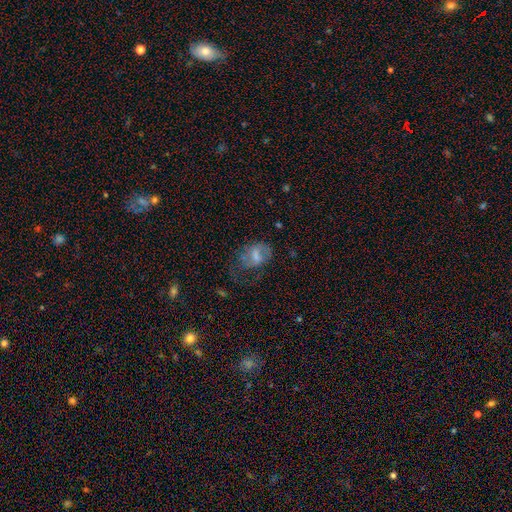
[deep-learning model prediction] smooth 52%, featured or disk 38%, star or artifact 10%. Down the decision tree: how rounded — in between (70%); merging — major disturbance (37%).